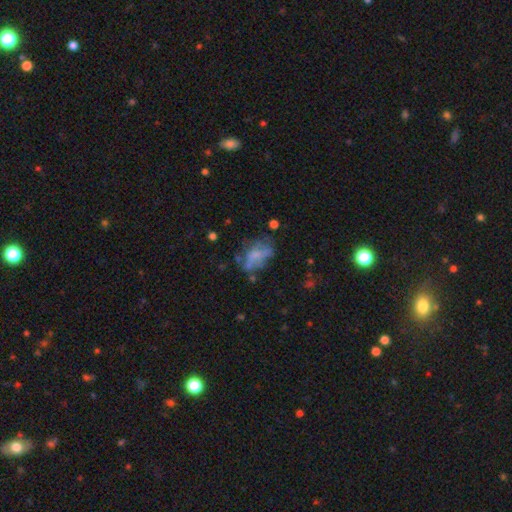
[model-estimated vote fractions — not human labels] Smooth or featured? smooth (45%)
Merging? none (38%)